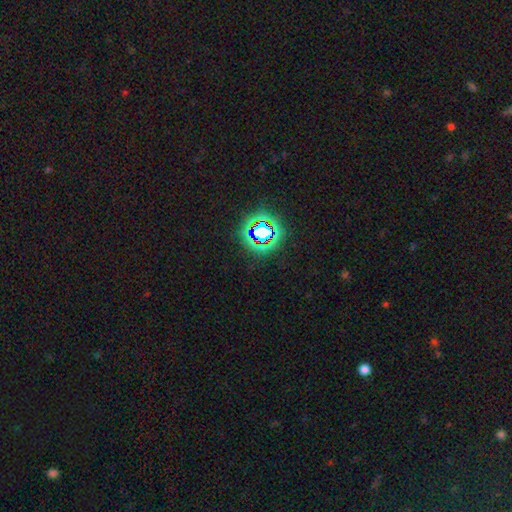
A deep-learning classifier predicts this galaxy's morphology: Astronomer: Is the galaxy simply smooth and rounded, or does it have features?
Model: star or artifact — 78%.